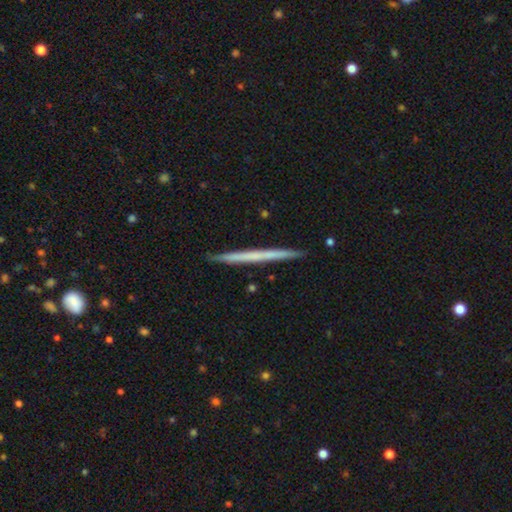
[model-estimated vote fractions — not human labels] A featured or disk galaxy (51%) viewed edge-on (97%).

Vote fractions:
- Smooth or featured? featured or disk: 51% / smooth: 43% / star or artifact: 6%
- Edge-on disk? yes: 97% / no: 3%
- Merging? none: 92% / minor disturbance: 6% / merger: 1% / major disturbance: 1%